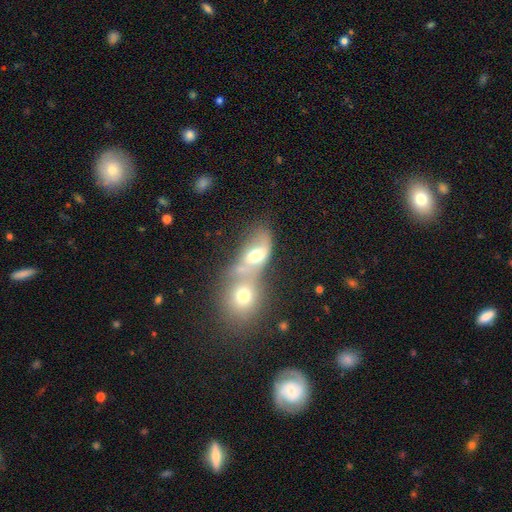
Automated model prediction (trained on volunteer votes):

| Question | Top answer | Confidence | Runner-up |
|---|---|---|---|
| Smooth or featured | smooth | 55% | featured or disk (33%) |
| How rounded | in between | 71% | round (25%) |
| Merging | merger | 67% | none (17%) |